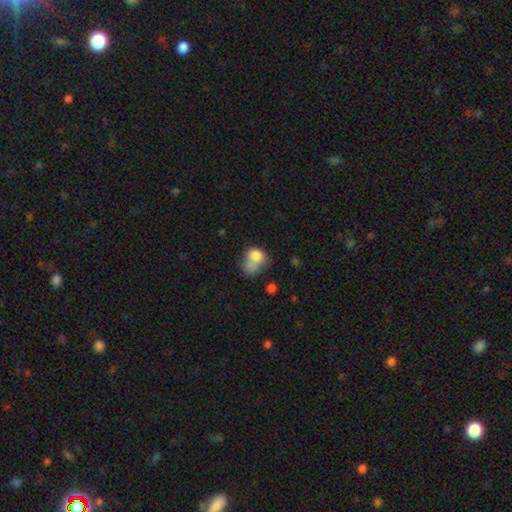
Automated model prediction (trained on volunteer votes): A smooth galaxy with no disk features (76%) that is in between round and cigar-shaped (54%). Merging: major disturbance (27%).